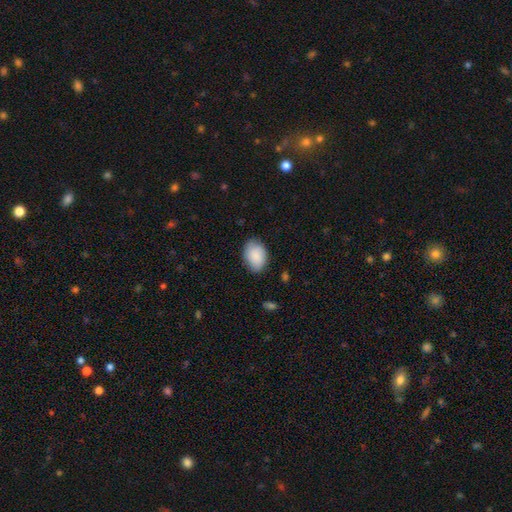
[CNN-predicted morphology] smooth_or_featured: smooth (p=0.86) [alt: featured or disk p=0.08]
how_rounded: in between (p=0.82) [alt: round p=0.17]
merging: none (p=0.78) [alt: minor disturbance p=0.18]